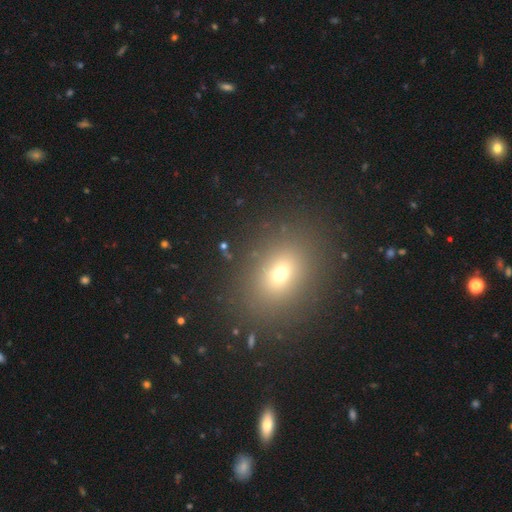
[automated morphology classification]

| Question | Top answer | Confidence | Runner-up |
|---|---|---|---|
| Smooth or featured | smooth | 63% | star or artifact (27%) |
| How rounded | in between | 56% | round (42%) |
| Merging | none | 89% | minor disturbance (6%) |